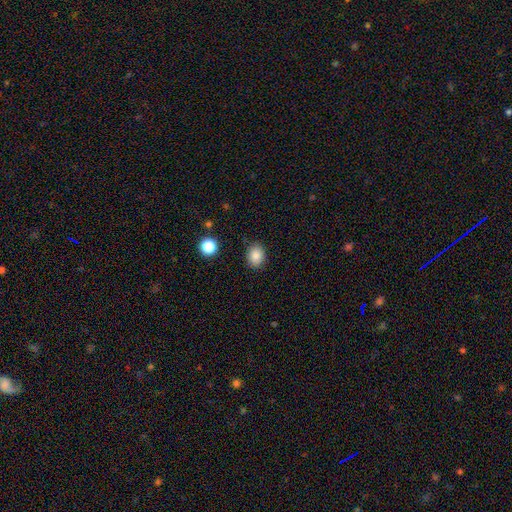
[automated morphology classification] Smooth or featured?
  - smooth: 86% *
  - star or artifact: 9%
  - featured or disk: 5%
How rounded?
  - in between: 55% *
  - round: 44%
  - cigar-shaped: 1%
Merging?
  - none: 86% *
  - minor disturbance: 10%
  - major disturbance: 3%
  - merger: 2%